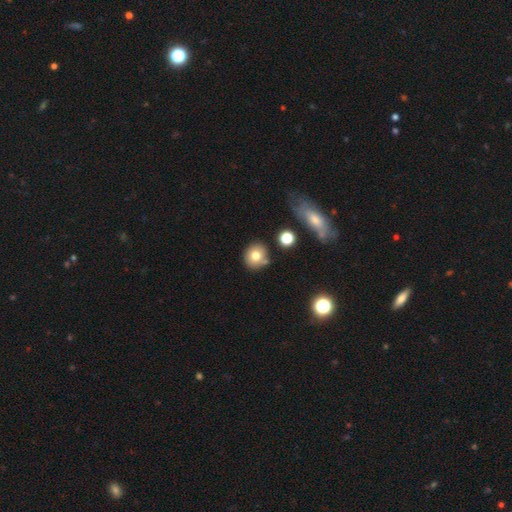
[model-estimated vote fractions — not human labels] smooth 76%, featured or disk 13%, star or artifact 11%. Down the decision tree: how rounded — round (82%); merging — none (72%).